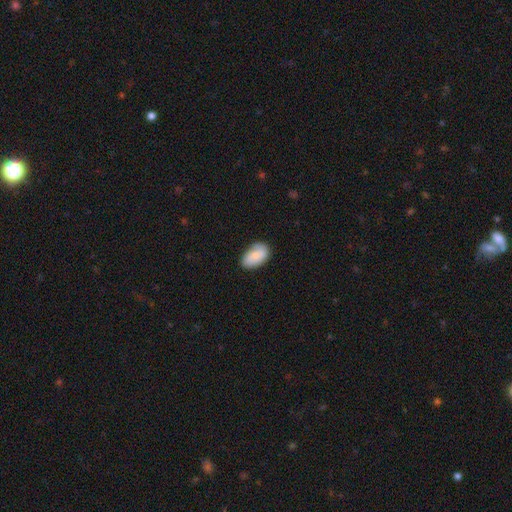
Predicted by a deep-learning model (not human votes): smooth_or_featured: smooth (p=0.74) [alt: featured or disk p=0.19]
how_rounded: in between (p=0.92) [alt: round p=0.07]
merging: none (p=0.69) [alt: minor disturbance p=0.24]